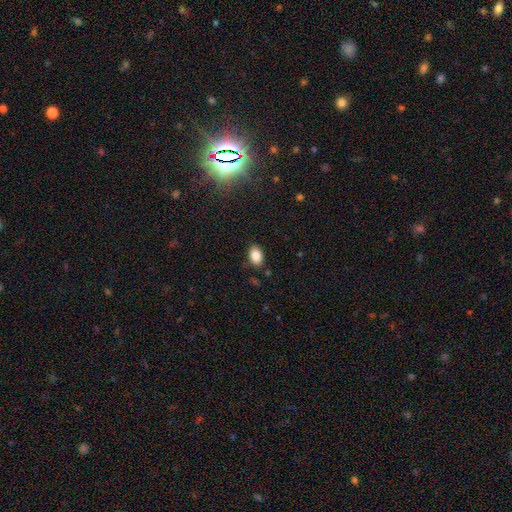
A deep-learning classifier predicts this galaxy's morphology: This is clearly a smooth galaxy (86%). How rounded: clearly in between (86%). Merging: clearly none (83%).